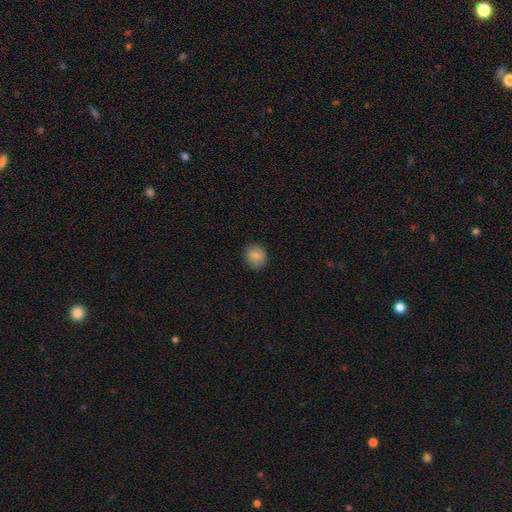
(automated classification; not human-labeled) This is clearly a smooth galaxy (86%). How rounded: clearly round (81%). Merging: clearly none (87%).